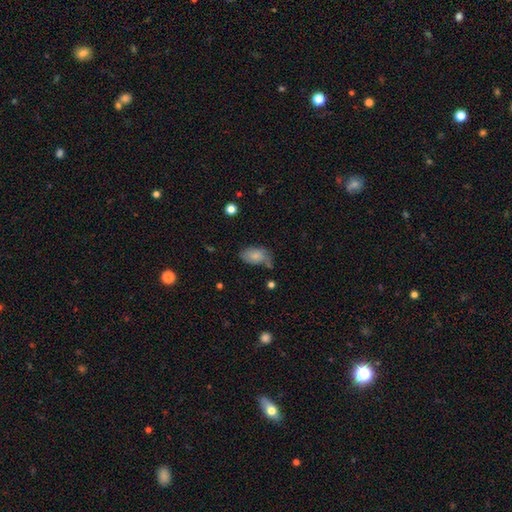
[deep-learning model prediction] Overall: smooth (76%). How rounded: in between (91%). Merging: none (48%; minor disturbance 34%).